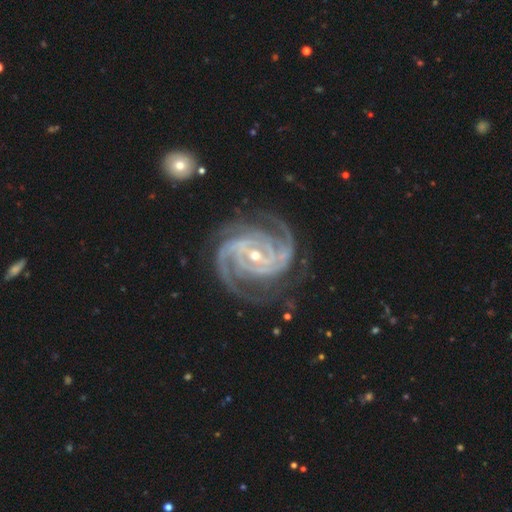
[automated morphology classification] smooth-or-featured: featured or disk: 94% | star or artifact: 4% | smooth: 2%
  disk-edge-on: no: 98% | yes: 2%
    bar: strong: 41% | weak: 36% | no: 23%
    has-spiral-arms: yes: 99% | no: 1%
      spiral-winding: tight: 65% | medium: 31% | loose: 4%
      spiral-arm-count: 3: 34% | 4: 21% | 2: 21% | can't tell: 9% | more than 4: 7% | 1: 7%
    bulge-size: small: 61% | moderate: 37% | large: 1% | none: 1% | dominant: 1%
  merging: none: 74% | minor disturbance: 16% | major disturbance: 8% | merger: 2%